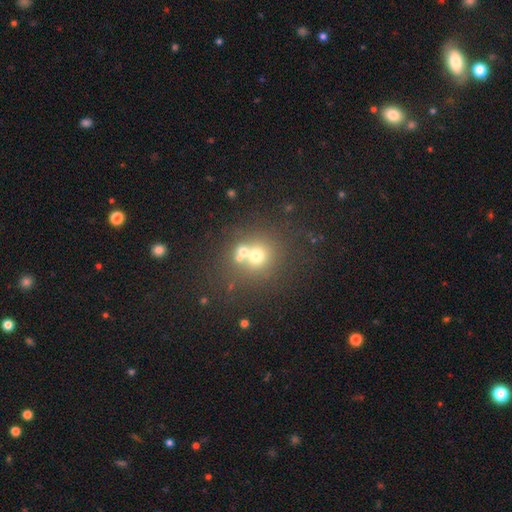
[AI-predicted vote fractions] Q: Smooth or featured?
A: smooth (62%); runner-up: featured or disk (19%)
Q: How rounded?
A: round (85%); runner-up: in between (14%)
Q: Merging?
A: none (49%); runner-up: merger (38%)